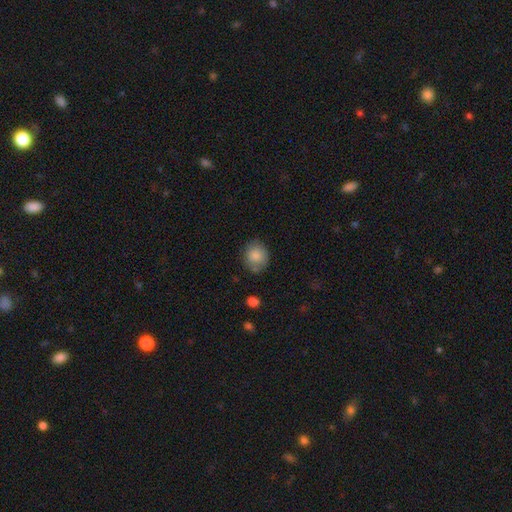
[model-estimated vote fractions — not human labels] Overall: smooth (83%). How rounded: round (73%). Merging: none (73%).